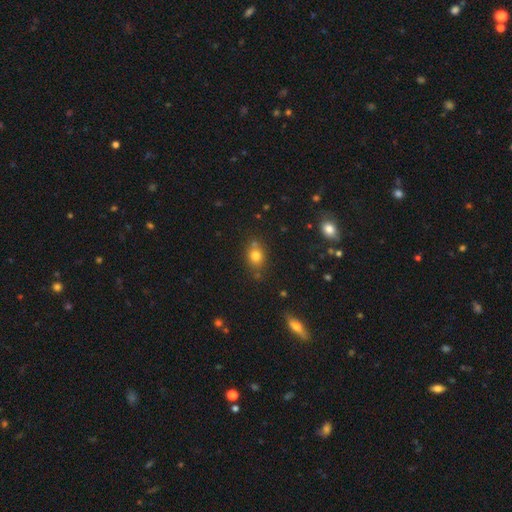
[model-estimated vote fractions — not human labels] Q: Smooth or featured?
A: smooth (77%); runner-up: star or artifact (14%)
Q: How rounded?
A: round (57%); runner-up: in between (42%)
Q: Merging?
A: none (71%); runner-up: minor disturbance (14%)